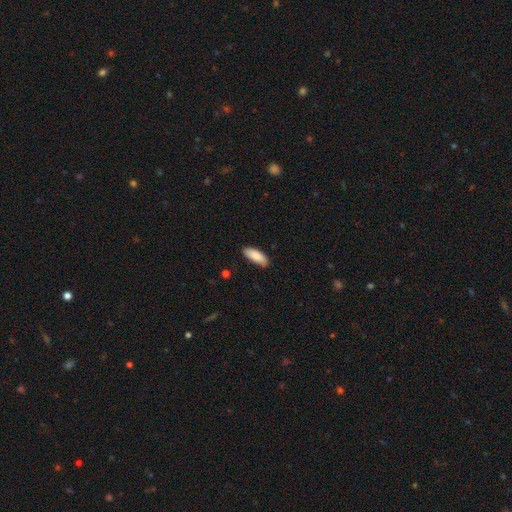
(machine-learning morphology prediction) This appears to be a smooth galaxy with no disk features (87%) that is in between round and cigar-shaped (73%). Merging: none (80%).